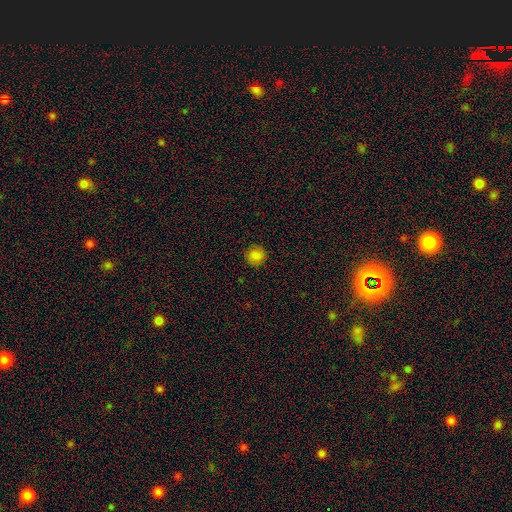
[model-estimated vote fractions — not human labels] This is clearly a smooth galaxy (85%). How rounded: clearly round (94%). Merging: clearly none (91%).